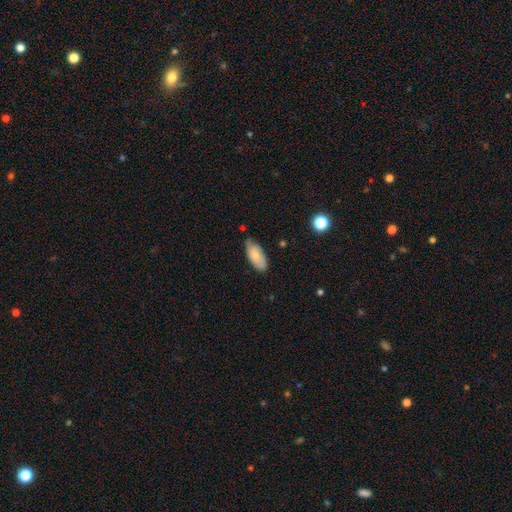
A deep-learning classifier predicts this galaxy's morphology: This appears to be a smooth galaxy with no disk features (71%) that is in between round and cigar-shaped (90%). Merging: none (66%).